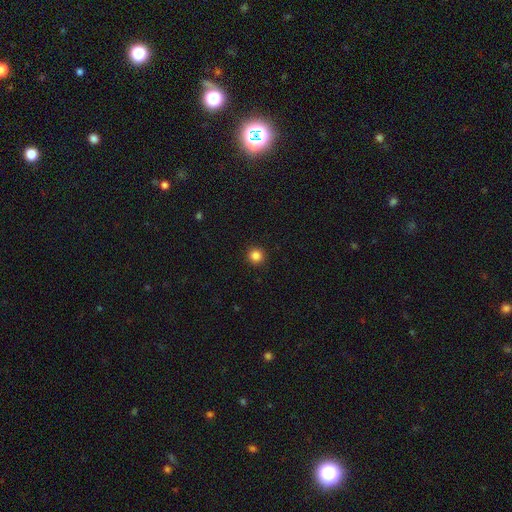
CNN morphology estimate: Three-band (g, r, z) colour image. It shows a smooth galaxy with no disk features (85%) that is round (95%). Merging: none (93%).